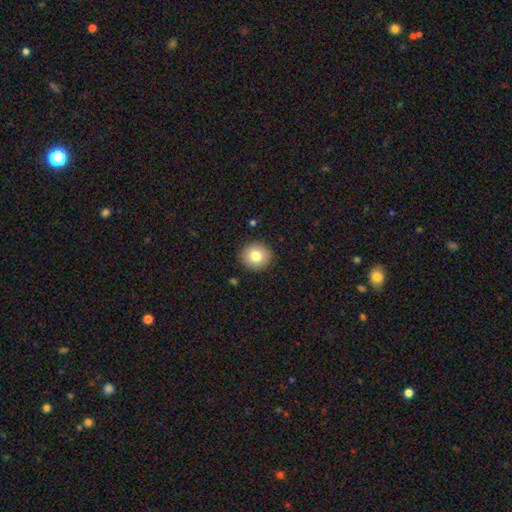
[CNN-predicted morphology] Smooth or featured: smooth — 79% (featured or disk — 11%)
How rounded: round — 91% (in between — 8%)
Merging: none — 91% (minor disturbance — 6%)